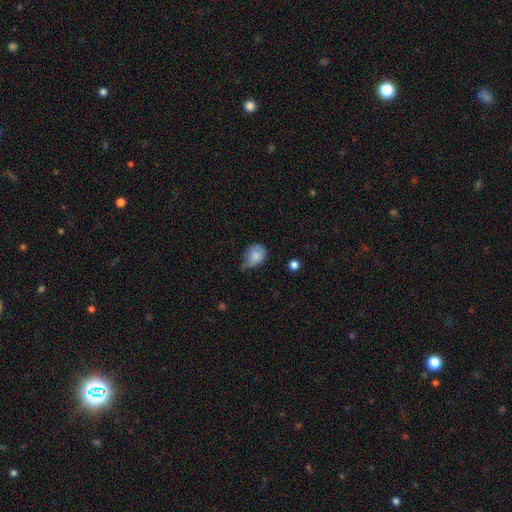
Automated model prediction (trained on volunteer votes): Smooth or featured? Predicted: smooth (p=0.78). How rounded? Predicted: round (p=0.53). Merging? Predicted: minor disturbance (p=0.51).